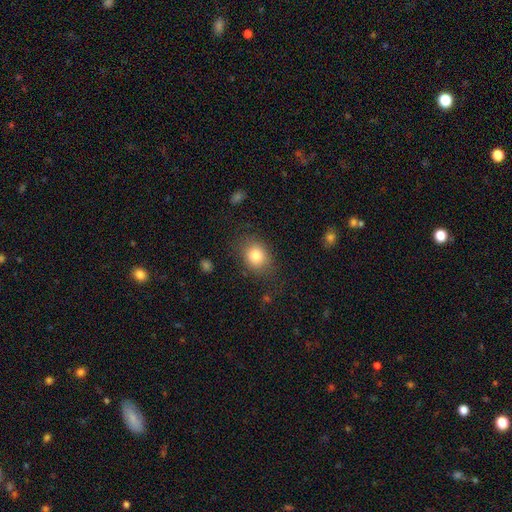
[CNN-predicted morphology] smooth_or_featured: smooth (p=0.81) [alt: star or artifact p=0.10]
how_rounded: in between (p=0.53) [alt: round p=0.46]
merging: none (p=0.77) [alt: minor disturbance p=0.15]